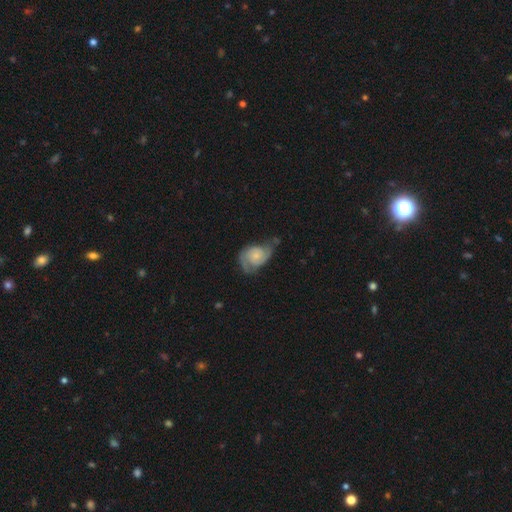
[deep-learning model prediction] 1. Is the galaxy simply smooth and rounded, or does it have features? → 72% featured or disk, 22% smooth, 6% star or artifact.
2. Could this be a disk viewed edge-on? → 97% no, 3% yes.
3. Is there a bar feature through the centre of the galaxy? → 72% no, 24% weak, 4% strong.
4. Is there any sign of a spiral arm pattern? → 93% yes, 7% no.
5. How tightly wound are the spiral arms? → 42% medium, 37% tight, 21% loose.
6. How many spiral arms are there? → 79% 2, 9% can't tell, 6% 1, 3% 3, 1% 4, 1% more than 4.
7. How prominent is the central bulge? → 56% small, 25% moderate, 13% none, 4% large, 2% dominant.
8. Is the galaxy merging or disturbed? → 44% none, 31% minor disturbance, 21% major disturbance, 4% merger.